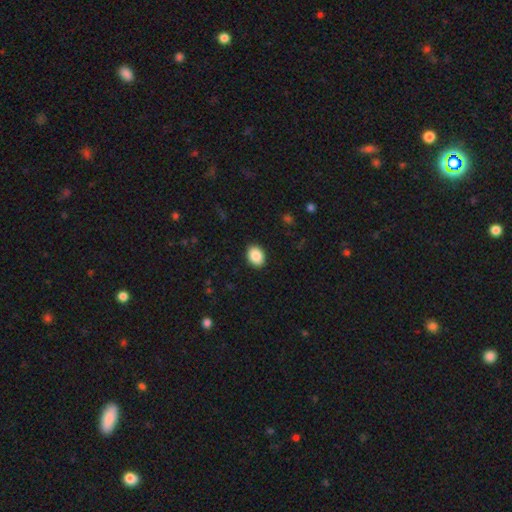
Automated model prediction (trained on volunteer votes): The model was most divided on "how rounded": in between: 72%, round: 27%, cigar-shaped: 1%. More confident: merging — none (90%); smooth or featured — smooth (88%).